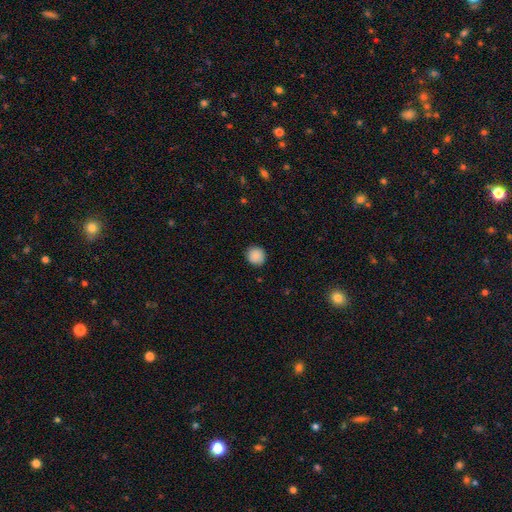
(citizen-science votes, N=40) This is clearly a smooth galaxy (90%). How rounded: clearly round (97%). Merging: clearly none (89%).